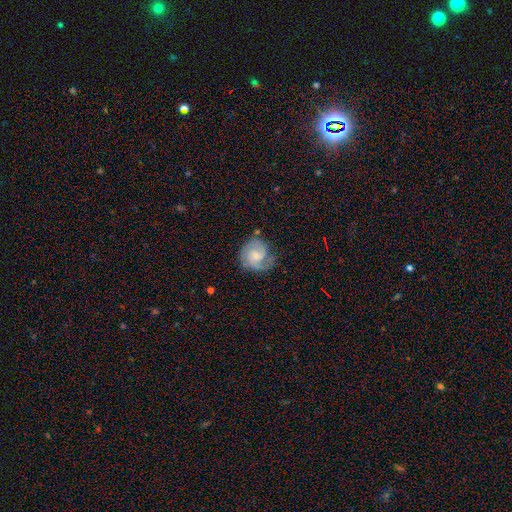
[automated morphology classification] Smooth or featured? featured or disk (78%)
Edge-on disk? no (98%)
Bar? no (61%)
Spiral arms? yes (95%)
Spiral winding? tight (47%)
Spiral arm count? 2 (64%)
Bulge size? small (59%)
Merging? none (68%)